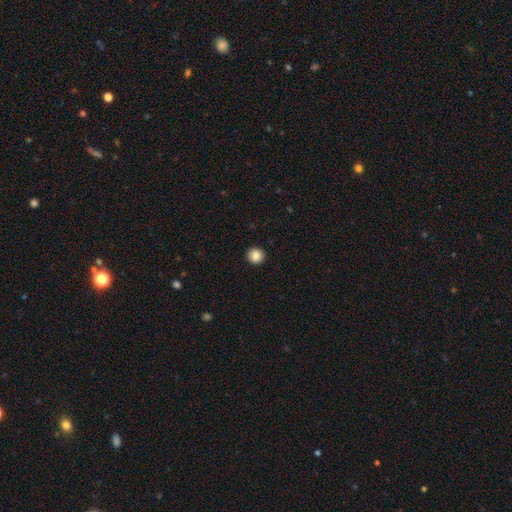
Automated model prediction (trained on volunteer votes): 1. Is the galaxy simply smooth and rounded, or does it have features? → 87% smooth, 9% star or artifact, 4% featured or disk.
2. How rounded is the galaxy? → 92% round, 7% in between, 1% cigar-shaped.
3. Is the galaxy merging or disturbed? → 92% none, 6% minor disturbance, 2% major disturbance, 1% merger.